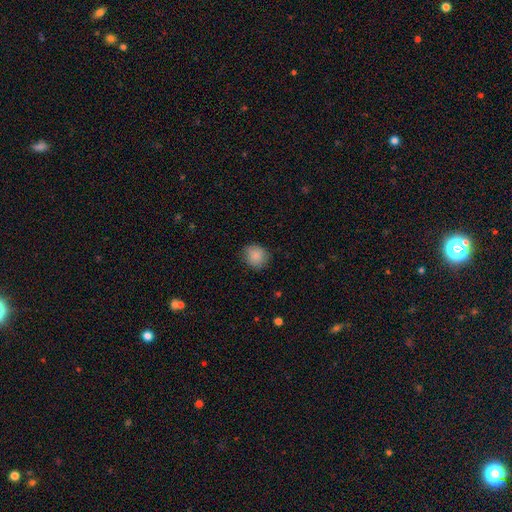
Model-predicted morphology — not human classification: A smooth galaxy with no disk features (87%) that is round (81%).

Vote fractions:
- Smooth or featured? smooth: 87% / star or artifact: 8% / featured or disk: 5%
- How rounded? round: 81% / in between: 19% / cigar-shaped: 1%
- Merging? none: 80% / minor disturbance: 16% / major disturbance: 4% / merger: 1%